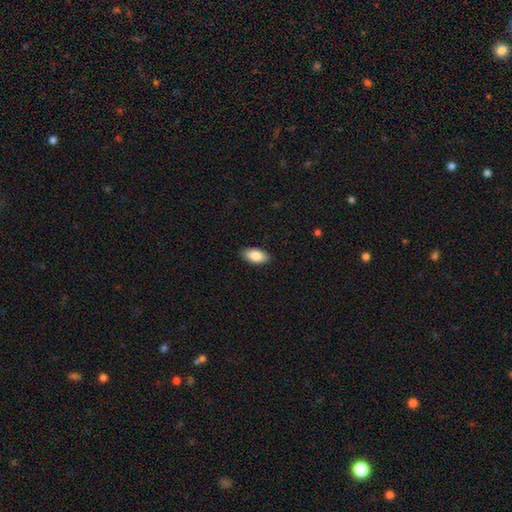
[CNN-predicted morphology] Smooth or featured? Predicted: smooth (p=0.87). How rounded? Predicted: in between (p=0.93). Merging? Predicted: none (p=0.89).